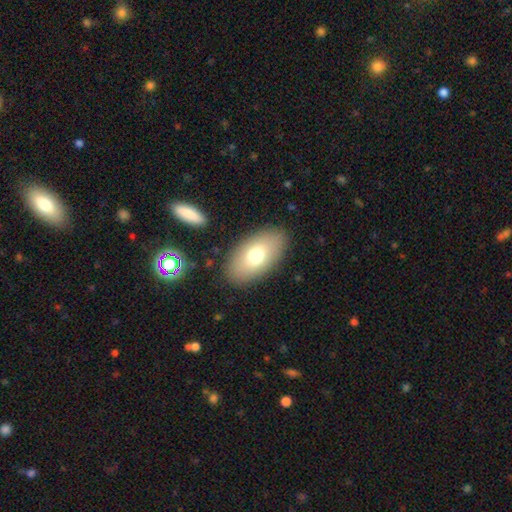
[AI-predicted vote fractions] Smooth or featured? Predicted: smooth (p=0.72). How rounded? Predicted: in between (p=0.93). Merging? Predicted: none (p=0.86).